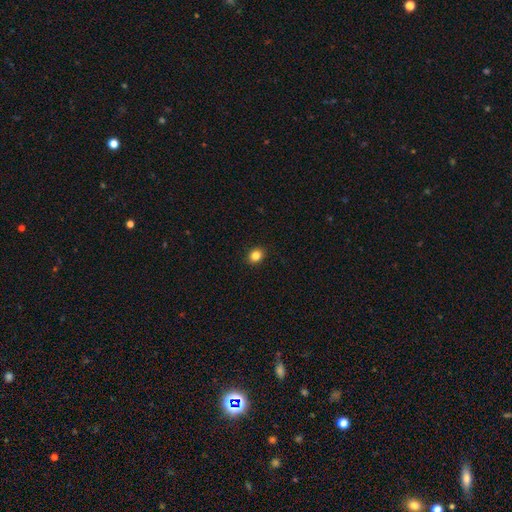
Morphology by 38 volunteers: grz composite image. It shows a smooth galaxy with no disk features (76%) that is round (69%). Merging: none (88%).